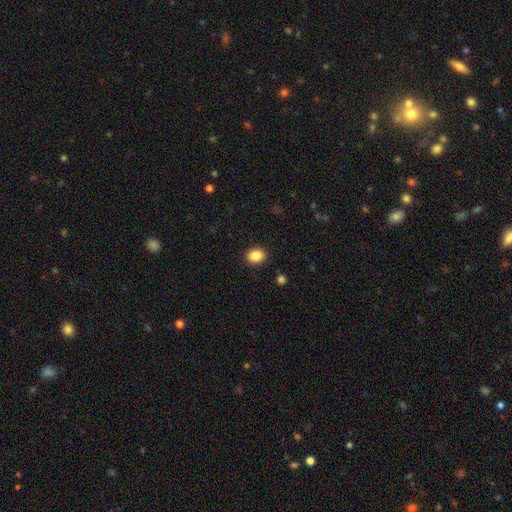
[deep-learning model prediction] smooth_or_featured: smooth (p=0.87) [alt: star or artifact p=0.09]
how_rounded: round (p=0.57) [alt: in between p=0.42]
merging: none (p=0.90) [alt: minor disturbance p=0.07]